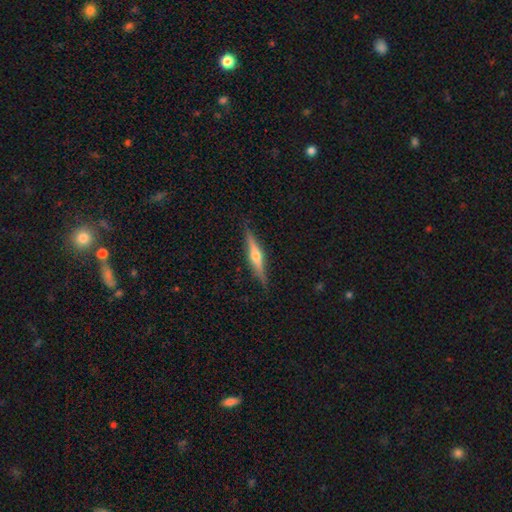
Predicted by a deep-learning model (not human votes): smooth-or-featured: featured or disk: 71% | smooth: 23% | star or artifact: 6%
  disk-edge-on: yes: 97% | no: 3%
    edge-on-bulge: rounded: 92% | none: 5% | boxy: 4%
  merging: none: 89% | minor disturbance: 8% | major disturbance: 2% | merger: 1%